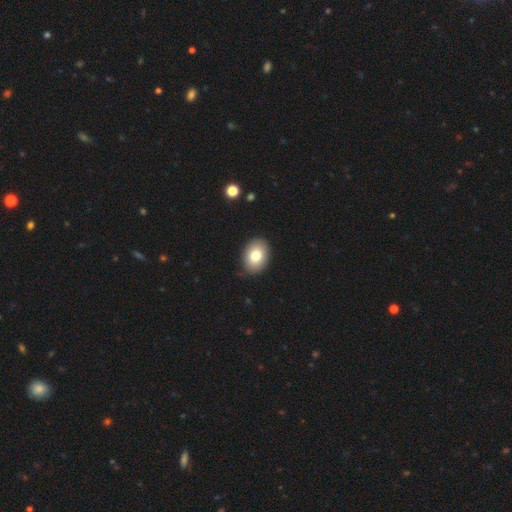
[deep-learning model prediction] A smooth galaxy with no disk features (79%) that is in between round and cigar-shaped (77%). Merging: none (87%).